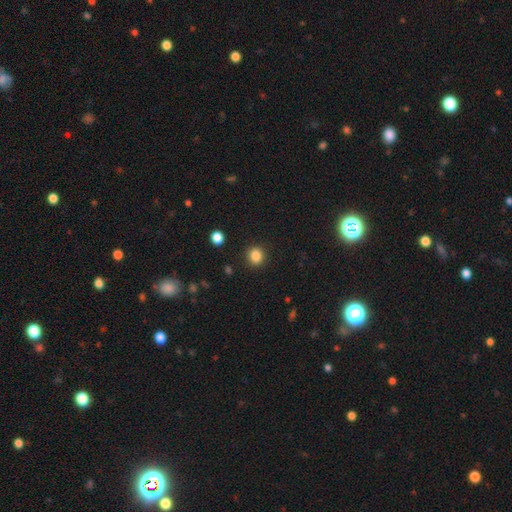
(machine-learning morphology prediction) Smooth or featured?
  - smooth: 86% *
  - star or artifact: 11%
  - featured or disk: 4%
How rounded?
  - round: 74% *
  - in between: 25%
  - cigar-shaped: 1%
Merging?
  - none: 89% *
  - minor disturbance: 7%
  - major disturbance: 2%
  - merger: 1%